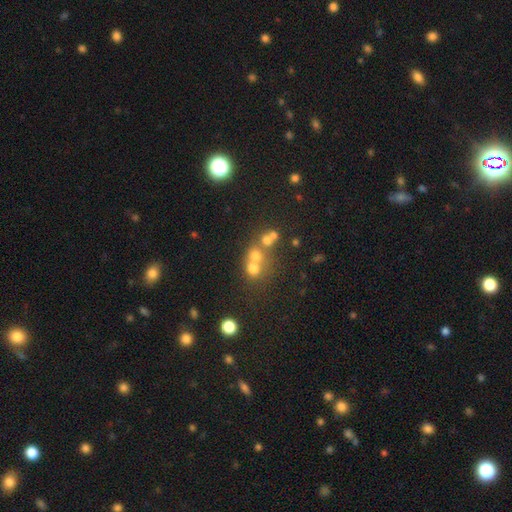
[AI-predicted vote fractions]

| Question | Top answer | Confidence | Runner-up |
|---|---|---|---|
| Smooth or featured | smooth | 60% | featured or disk (21%) |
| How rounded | round | 80% | in between (19%) |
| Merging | merger | 53% | none (36%) |